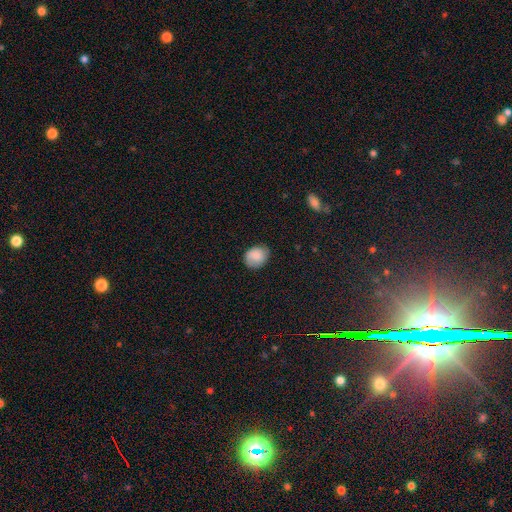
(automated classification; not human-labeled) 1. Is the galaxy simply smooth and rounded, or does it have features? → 82% smooth, 10% featured or disk, 8% star or artifact.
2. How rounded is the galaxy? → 52% in between, 47% round, 1% cigar-shaped.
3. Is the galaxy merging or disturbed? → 77% none, 18% minor disturbance, 4% major disturbance, 1% merger.